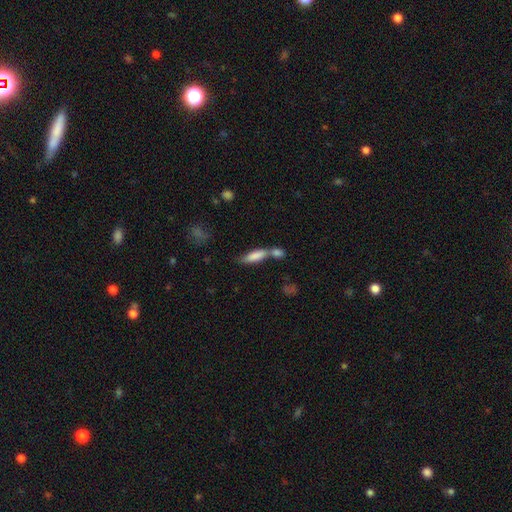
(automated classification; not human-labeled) This is likely a smooth galaxy (79%). How rounded: possibly in between (53%). Merging: possibly merger (50%).